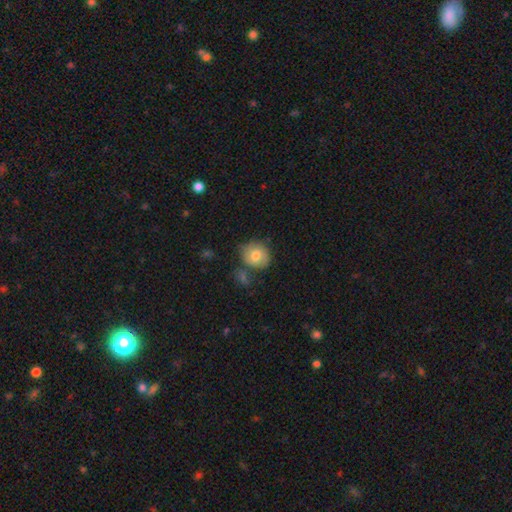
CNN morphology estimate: Overall: smooth (72%). How rounded: round (78%). Merging: none (63%).